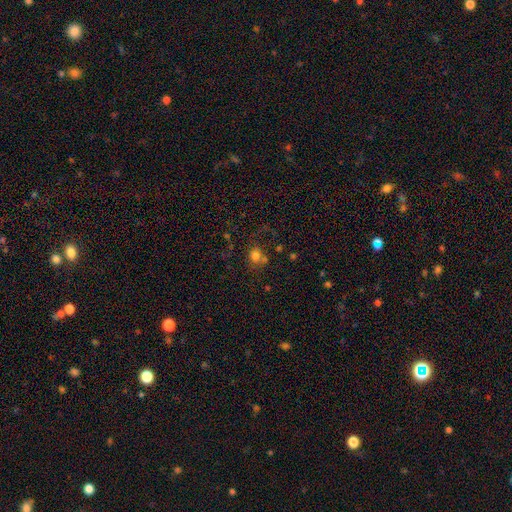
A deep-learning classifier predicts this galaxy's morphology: This is likely a smooth galaxy (75%). How rounded: likely round (76%). Merging: possibly none (58%).